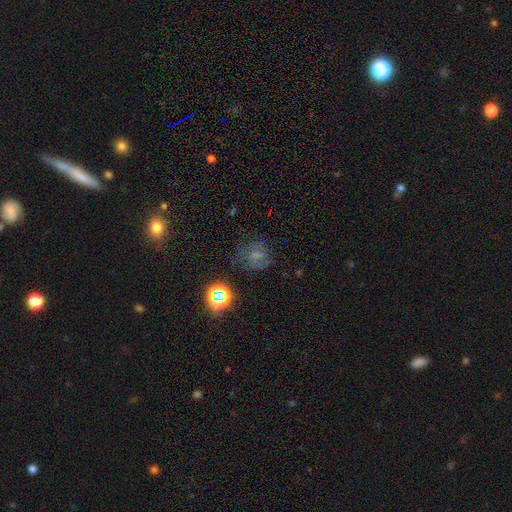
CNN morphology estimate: Smooth or featured: smooth — 49% (star or artifact — 27%)
Merging: none — 60% (minor disturbance — 23%)